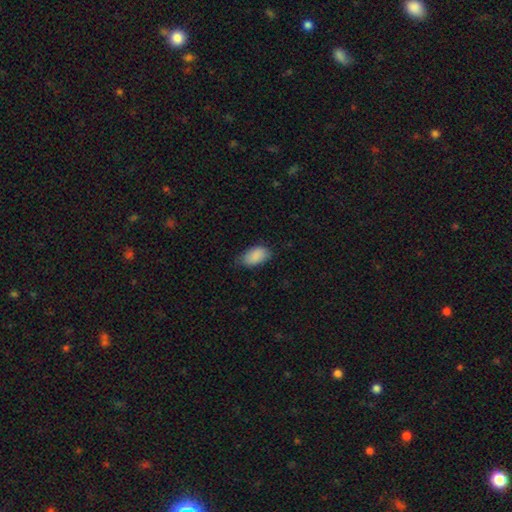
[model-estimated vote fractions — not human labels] A smooth galaxy with no disk features (88%) that is in between round and cigar-shaped (93%). Merging: none (65%).